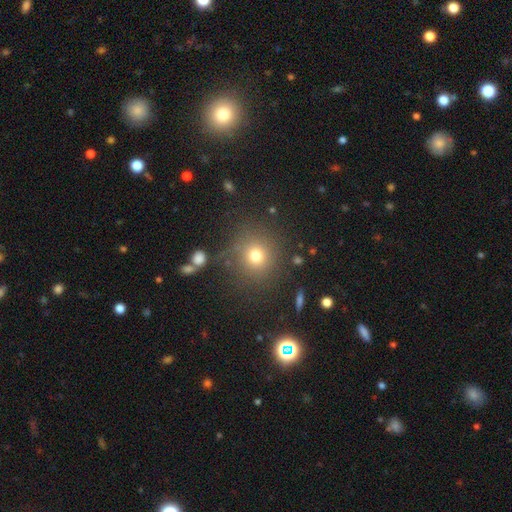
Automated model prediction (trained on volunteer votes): smooth_or_featured: smooth (p=0.74) [alt: star or artifact p=0.17]
how_rounded: round (p=0.89) [alt: in between p=0.10]
merging: none (p=0.83) [alt: minor disturbance p=0.09]